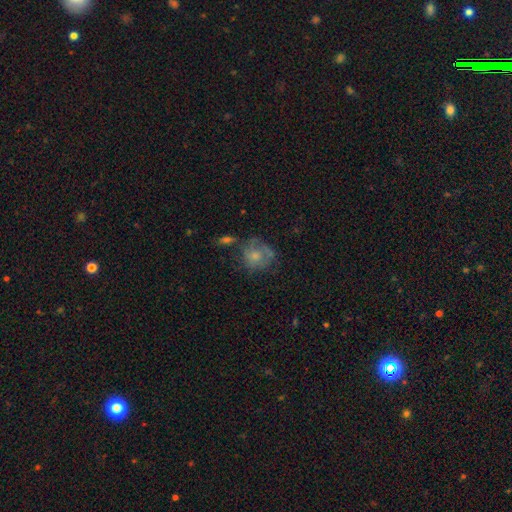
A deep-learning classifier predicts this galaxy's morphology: A smooth galaxy with no disk features (56%) that is round (73%).

Vote fractions:
- Smooth or featured? smooth: 56% / featured or disk: 33% / star or artifact: 10%
- How rounded? round: 73% / in between: 25% / cigar-shaped: 1%
- Merging? none: 46% / minor disturbance: 25% / major disturbance: 18% / merger: 11%